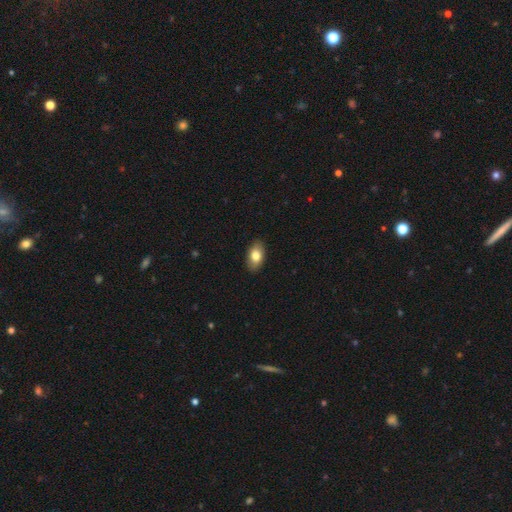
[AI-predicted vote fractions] smooth 81%, featured or disk 12%, star or artifact 7%. Down the decision tree: how rounded — in between (92%); merging — none (89%).